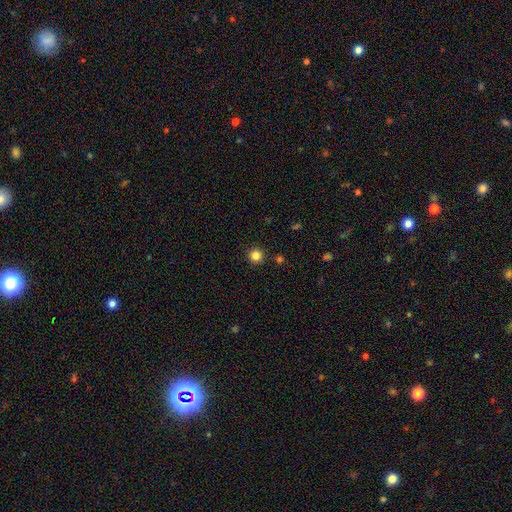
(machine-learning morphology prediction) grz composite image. It shows a smooth galaxy with no disk features (84%) that is round (95%). Merging: none (91%).